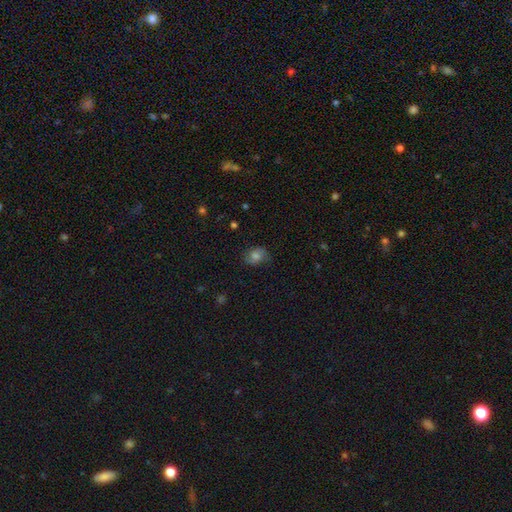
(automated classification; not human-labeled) Morphology: type=smooth (66%); roundness=in between (58%); merging=none (72%).